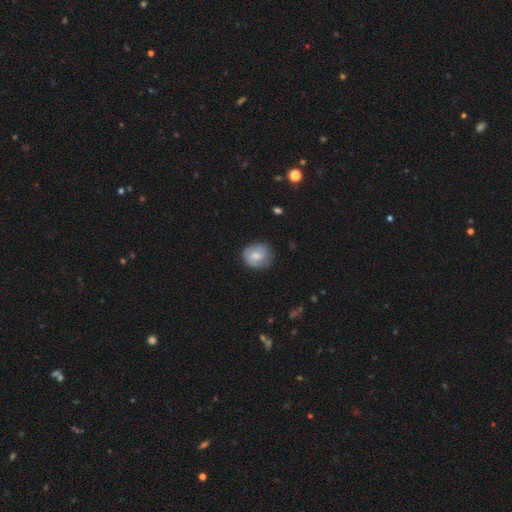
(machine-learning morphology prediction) A smooth galaxy with no disk features (69%) that is round (78%). Merging: none (74%).